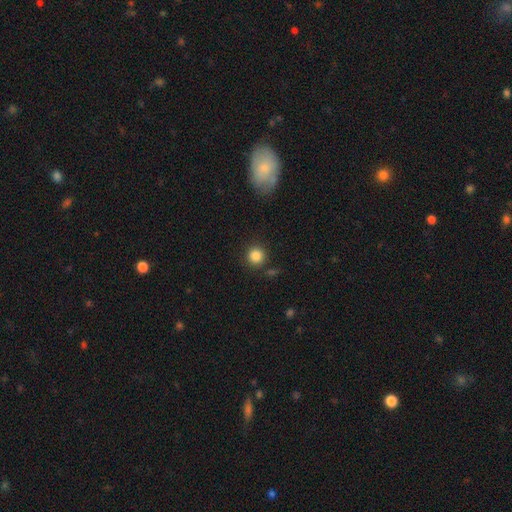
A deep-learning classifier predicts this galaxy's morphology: Smooth or featured? smooth (85%)
How rounded? round (93%)
Merging? none (86%)